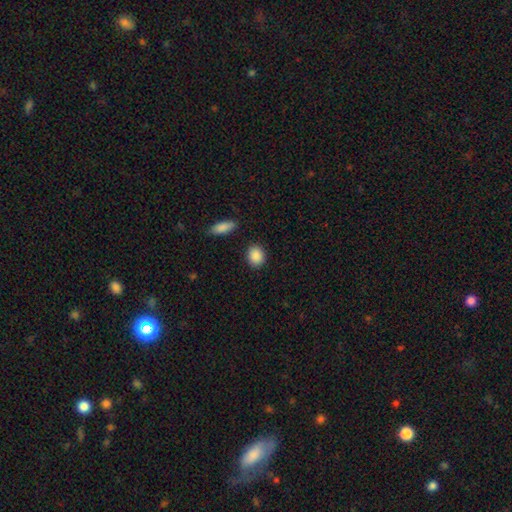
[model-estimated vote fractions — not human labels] Smooth or featured? Predicted: smooth (p=0.89). How rounded? Predicted: round (p=0.54). Merging? Predicted: none (p=0.87).